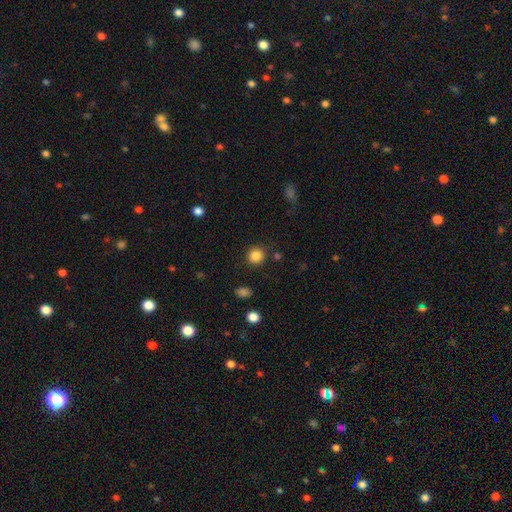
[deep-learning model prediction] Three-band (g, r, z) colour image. It shows a smooth galaxy with no disk features (85%) that is round (90%). Merging: none (87%).